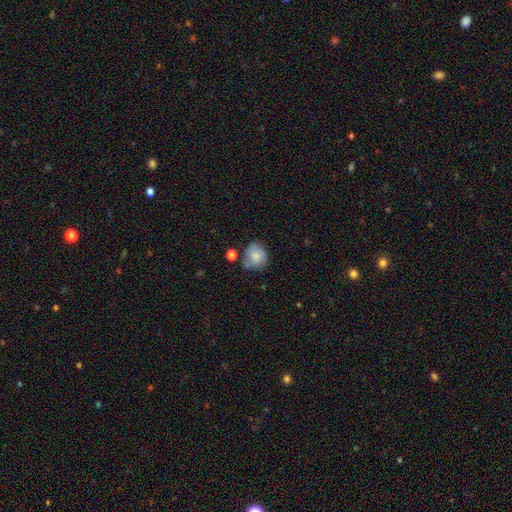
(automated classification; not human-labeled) A smooth galaxy with no disk features (80%) that is round (76%).

Vote fractions:
- Smooth or featured? smooth: 80% / featured or disk: 12% / star or artifact: 8%
- How rounded? round: 76% / in between: 23% / cigar-shaped: 1%
- Merging? none: 59% / minor disturbance: 25% / merger: 9% / major disturbance: 7%